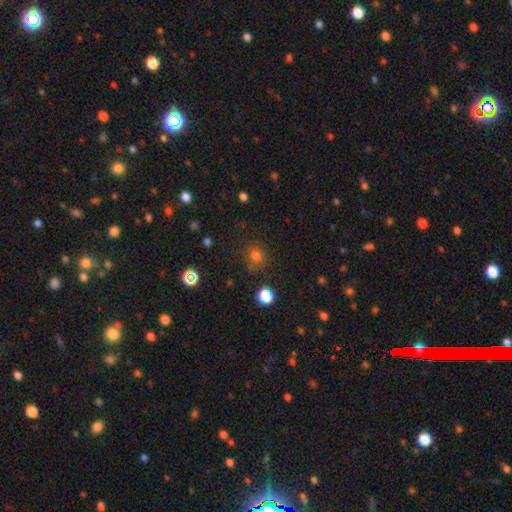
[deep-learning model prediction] Smooth or featured?
  - smooth: 76% *
  - star or artifact: 18%
  - featured or disk: 6%
How rounded?
  - round: 84% *
  - in between: 15%
  - cigar-shaped: 1%
Merging?
  - none: 78% *
  - minor disturbance: 14%
  - major disturbance: 6%
  - merger: 3%